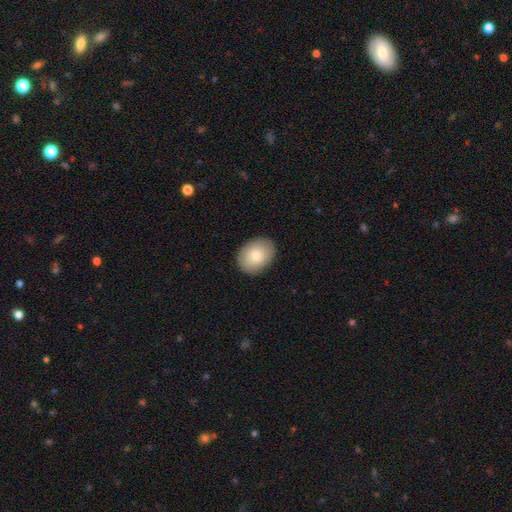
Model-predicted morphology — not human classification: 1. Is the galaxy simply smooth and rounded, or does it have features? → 81% smooth, 12% featured or disk, 6% star or artifact.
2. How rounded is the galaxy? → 67% in between, 32% round, 1% cigar-shaped.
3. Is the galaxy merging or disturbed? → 87% none, 10% minor disturbance, 2% major disturbance, 1% merger.